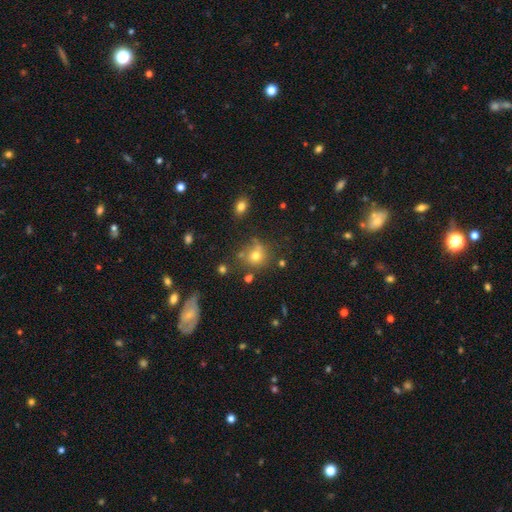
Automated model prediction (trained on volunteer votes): A smooth galaxy with no disk features (70%) that is round (82%). Merging: none (66%).